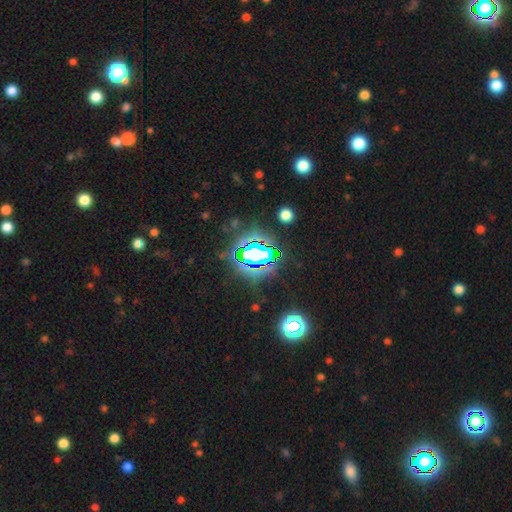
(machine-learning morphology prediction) Smooth or featured? Predicted: star or artifact (p=0.72).